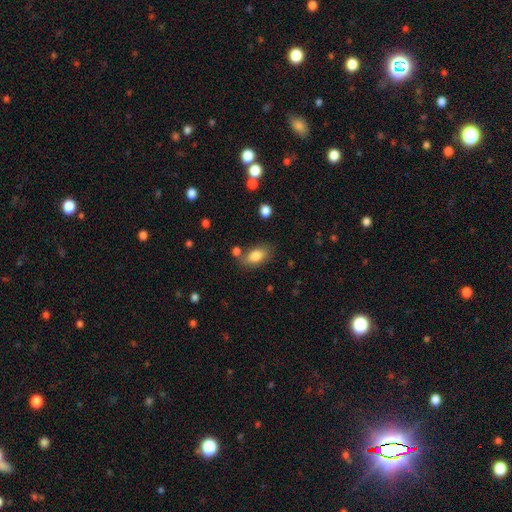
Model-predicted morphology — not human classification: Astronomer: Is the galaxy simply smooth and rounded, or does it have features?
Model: smooth — 82%.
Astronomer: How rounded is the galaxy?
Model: in between — 90%.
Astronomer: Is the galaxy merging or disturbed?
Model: none — 72%.